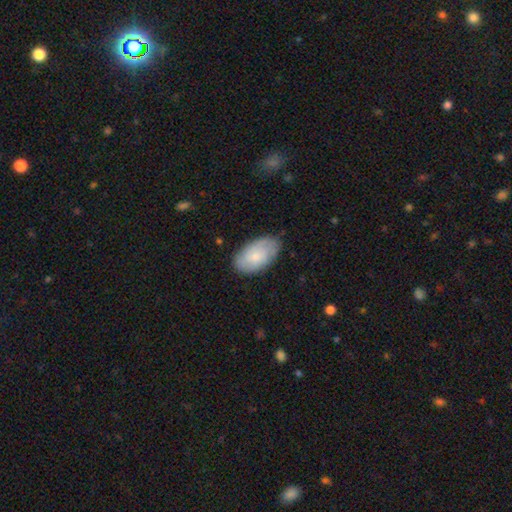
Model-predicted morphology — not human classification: Q: Smooth or featured?
A: smooth (64%); runner-up: featured or disk (30%)
Q: How rounded?
A: in between (94%); runner-up: round (5%)
Q: Merging?
A: none (76%); runner-up: minor disturbance (19%)